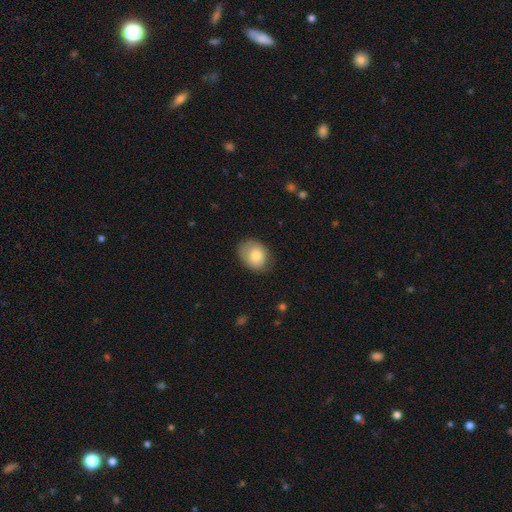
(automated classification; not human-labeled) Q: Smooth or featured?
A: smooth (78%); runner-up: featured or disk (14%)
Q: How rounded?
A: in between (59%); runner-up: round (40%)
Q: Merging?
A: none (70%); runner-up: minor disturbance (24%)